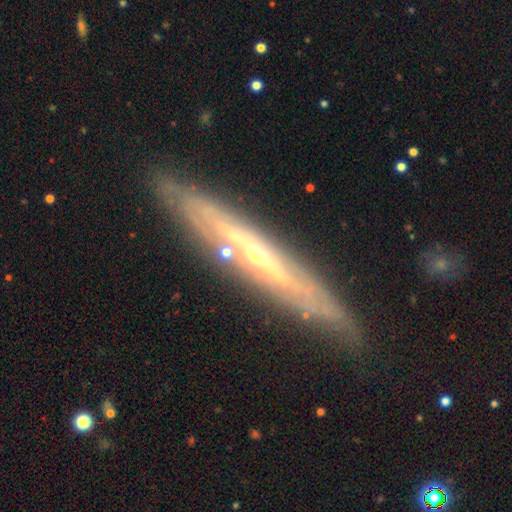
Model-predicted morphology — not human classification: This is clearly a featured or disk galaxy (80%). It is likely viewed edge-on (80%). Edge-on bulge: likely rounded (64%). Merging: clearly none (82%).